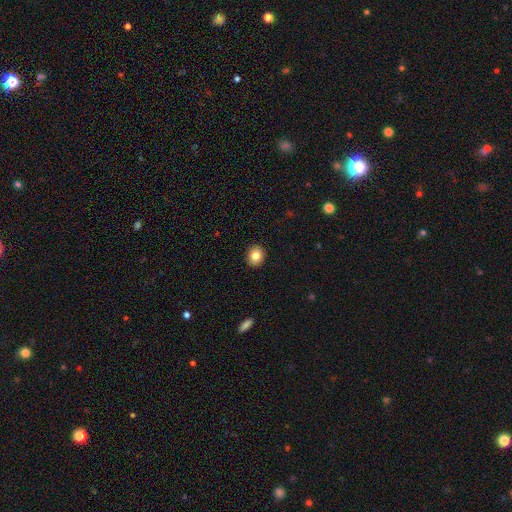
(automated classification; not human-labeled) This appears to be a smooth galaxy with no disk features (84%) that is round (69%). Merging: none (92%).